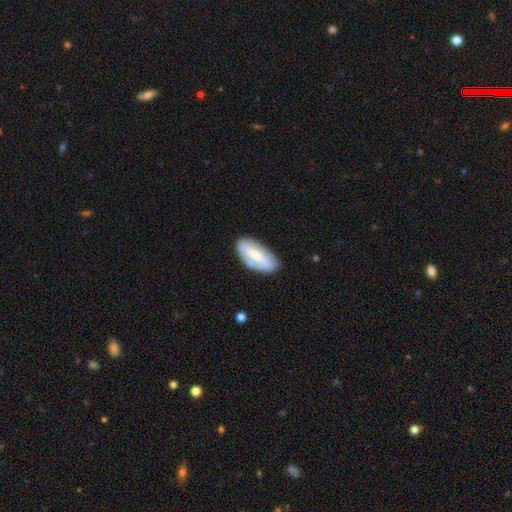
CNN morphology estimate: A smooth galaxy with no disk features (53%) that is in between round and cigar-shaped (85%).

Vote fractions:
- Smooth or featured? smooth: 53% / featured or disk: 41% / star or artifact: 6%
- How rounded? in between: 85% / cigar-shaped: 13% / round: 2%
- Merging? none: 76% / minor disturbance: 16% / merger: 4% / major disturbance: 4%